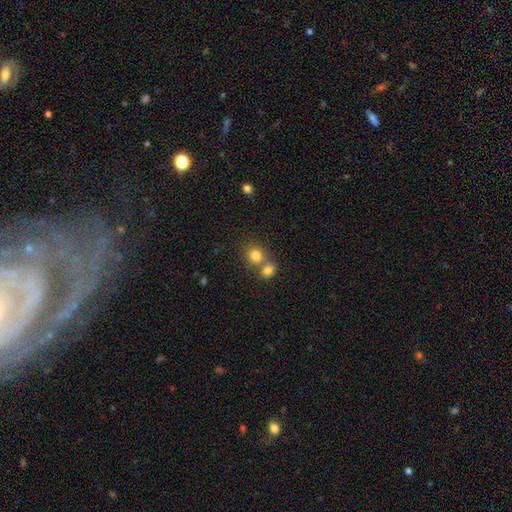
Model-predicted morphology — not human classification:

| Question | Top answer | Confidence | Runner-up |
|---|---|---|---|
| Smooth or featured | smooth | 81% | star or artifact (11%) |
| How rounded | round | 84% | in between (15%) |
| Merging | merger | 46% | none (45%) |